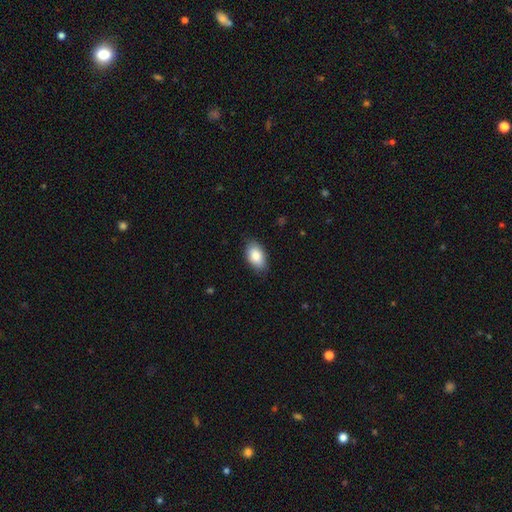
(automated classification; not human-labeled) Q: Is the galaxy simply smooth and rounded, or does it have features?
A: smooth — 86%.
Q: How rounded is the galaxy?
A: in between — 93%.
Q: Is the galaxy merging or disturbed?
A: none — 83%.